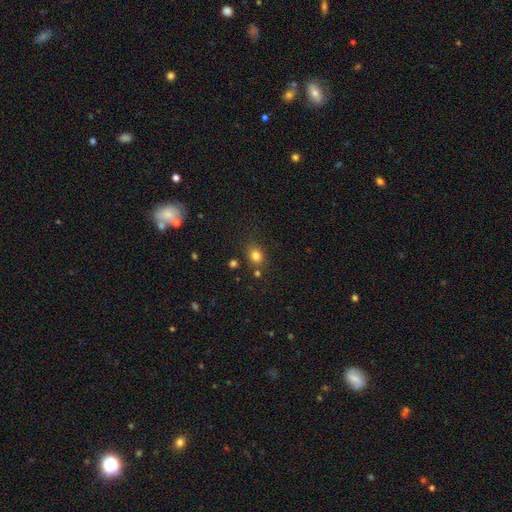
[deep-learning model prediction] The model was most divided on "how rounded": round: 54%, in between: 45%, cigar-shaped: 1%. More confident: smooth or featured — smooth (80%); merging — none (75%).